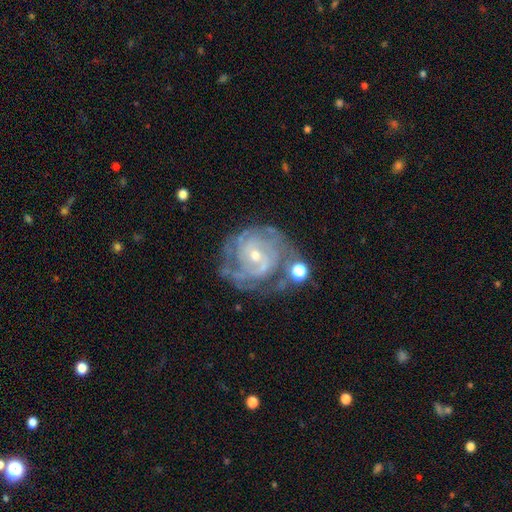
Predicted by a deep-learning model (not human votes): Morphology: type=featured or disk (87%); edge-on=no (97%); bar=no (57%); spiral arms=yes (94%); winding=tight (68%); arm count=can't tell (32%); bulge=small (63%); merging=none (62%).